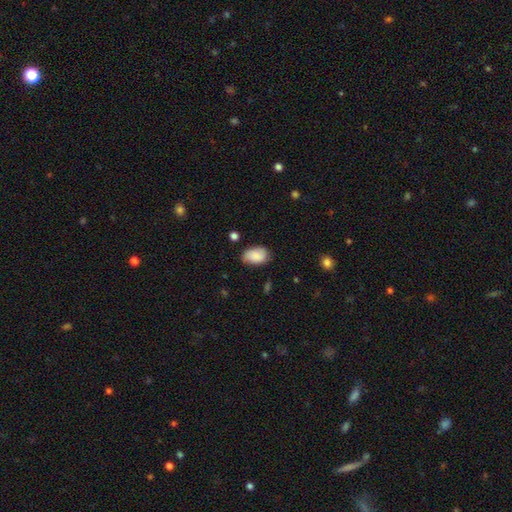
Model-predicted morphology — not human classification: This appears to be a smooth galaxy with no disk features (85%) that is in between round and cigar-shaped (90%). Merging: none (72%).